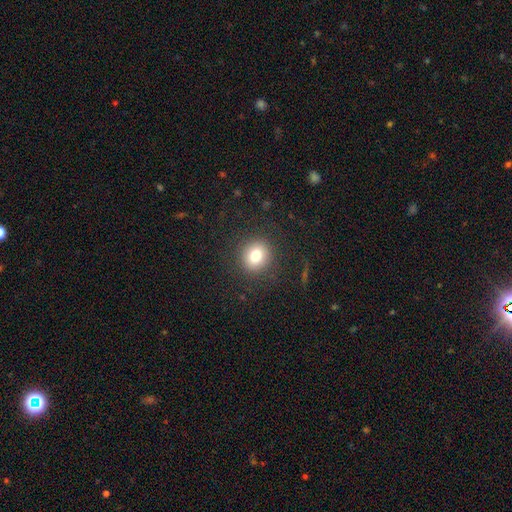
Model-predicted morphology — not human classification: A smooth galaxy with no disk features (78%) that is round (83%). Merging: none (88%).